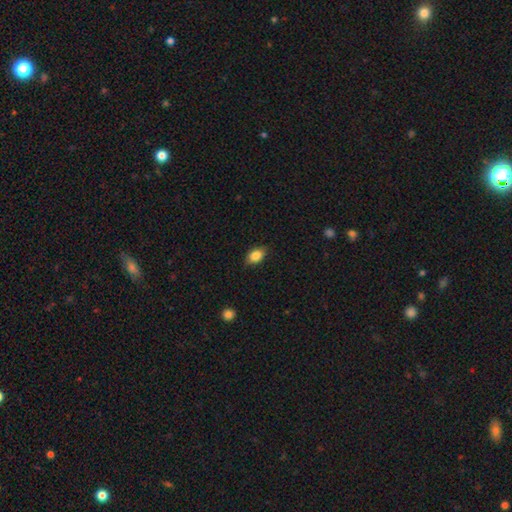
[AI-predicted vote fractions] A smooth galaxy with no disk features (85%) that is in between round and cigar-shaped (83%). Merging: none (85%).